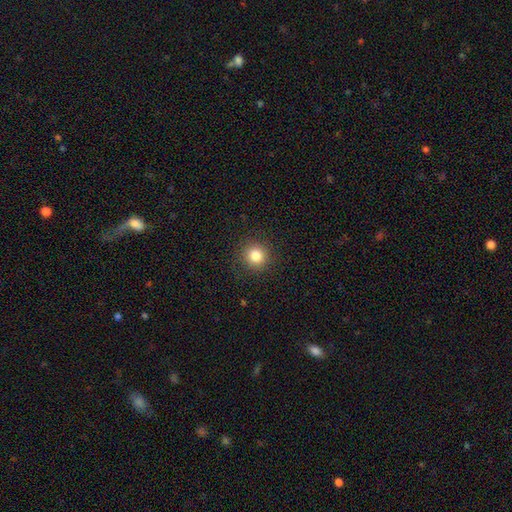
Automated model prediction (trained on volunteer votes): Smooth or featured? Predicted: smooth (p=0.83). How rounded? Predicted: round (p=0.94). Merging? Predicted: none (p=0.90).